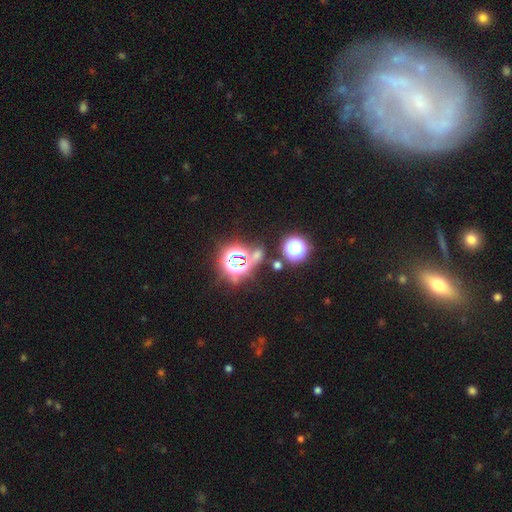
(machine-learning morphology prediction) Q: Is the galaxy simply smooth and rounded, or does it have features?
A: star or artifact — 63%.